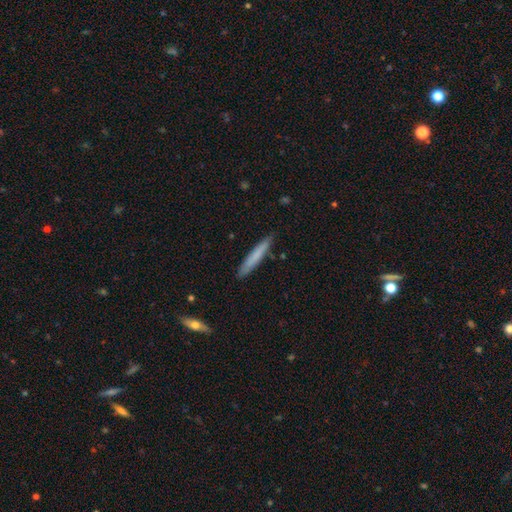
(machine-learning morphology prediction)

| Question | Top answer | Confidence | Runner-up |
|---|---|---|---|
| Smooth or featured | smooth | 71% | featured or disk (23%) |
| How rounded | cigar-shaped | 95% | in between (4%) |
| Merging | none | 88% | minor disturbance (9%) |